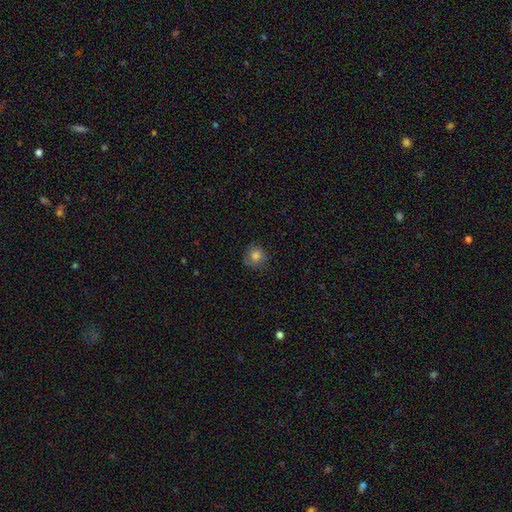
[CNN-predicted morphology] smooth 81%, star or artifact 11%, featured or disk 8%. Down the decision tree: how rounded — round (89%); merging — none (78%).